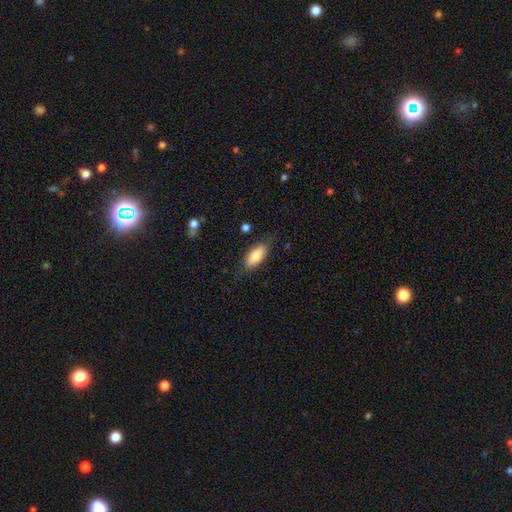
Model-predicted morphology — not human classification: The model was most divided on "merging": none: 79%, minor disturbance: 16%, major disturbance: 4%, merger: 2%. More confident: how rounded — in between (85%); smooth or featured — smooth (82%).